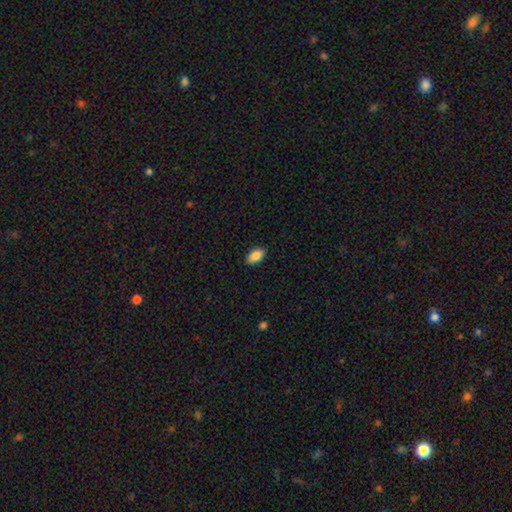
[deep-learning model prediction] A smooth galaxy with no disk features (88%) that is in between round and cigar-shaped (93%). Merging: none (90%).